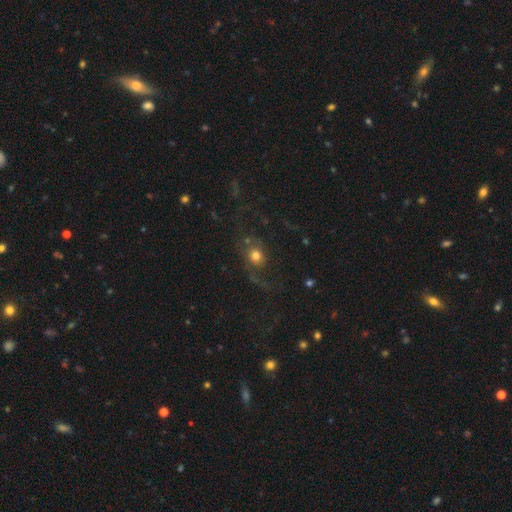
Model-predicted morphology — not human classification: smooth 46%, featured or disk 37%, star or artifact 17%. Down the decision tree: merging — none (52%).